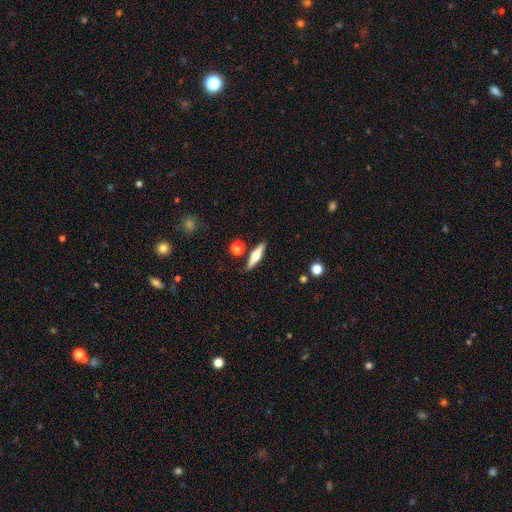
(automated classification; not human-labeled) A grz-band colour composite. It shows a featured or disk galaxy (58%) viewed edge-on (95%) with a rounded central bulge (92%). Merging: none (84%).